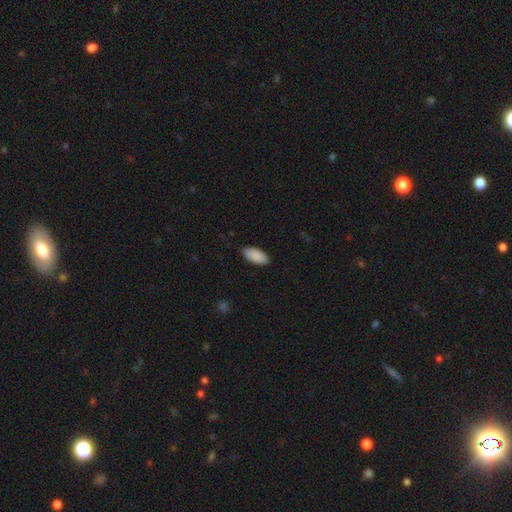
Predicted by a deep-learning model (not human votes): smooth-or-featured: smooth: 90% | star or artifact: 6% | featured or disk: 4%
  how-rounded: in between: 94% | cigar-shaped: 4% | round: 2%
  merging: none: 87% | minor disturbance: 10% | major disturbance: 2% | merger: 1%